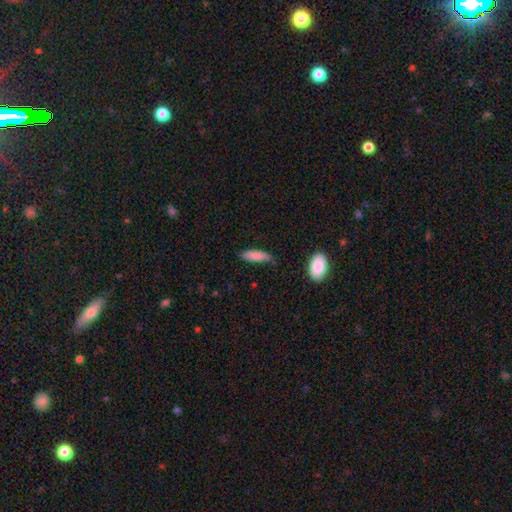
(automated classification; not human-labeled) smooth_or_featured: smooth (p=0.83) [alt: featured or disk p=0.10]
how_rounded: cigar-shaped (p=0.53) [alt: in between p=0.46]
merging: none (p=0.69) [alt: minor disturbance p=0.23]